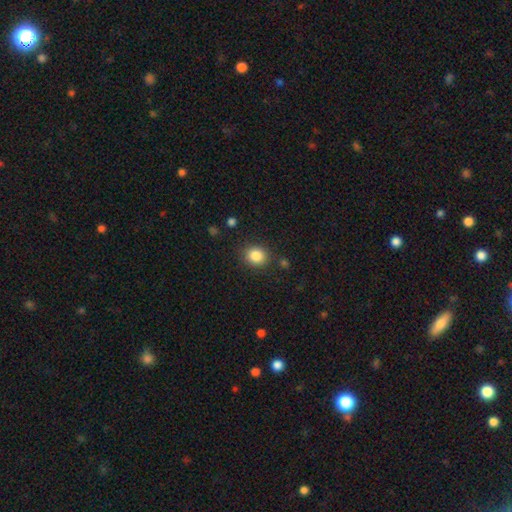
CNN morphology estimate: This appears to be a smooth galaxy with no disk features (85%) that is round (78%). Merging: none (86%).